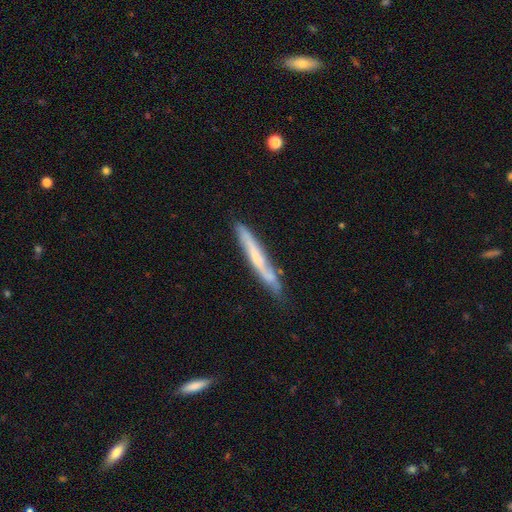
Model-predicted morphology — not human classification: Q: Smooth or featured?
A: featured or disk (52%); runner-up: smooth (42%)
Q: Edge-on disk?
A: yes (80%); runner-up: no (20%)
Q: Merging?
A: none (70%); runner-up: minor disturbance (22%)